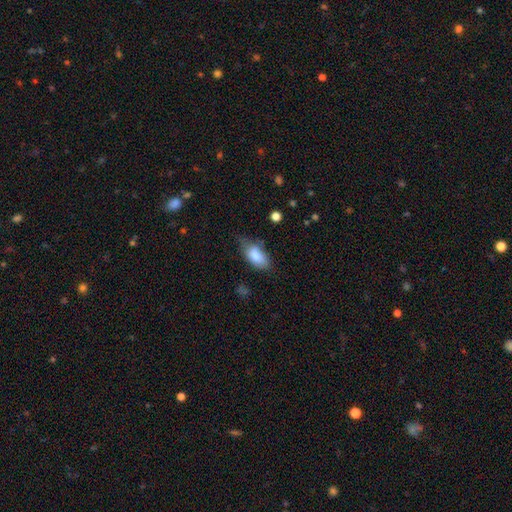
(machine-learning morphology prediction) Smooth or featured?
  - smooth: 82% *
  - featured or disk: 11%
  - star or artifact: 7%
How rounded?
  - in between: 91% *
  - cigar-shaped: 5%
  - round: 4%
Merging?
  - none: 52% *
  - minor disturbance: 35%
  - major disturbance: 10%
  - merger: 3%